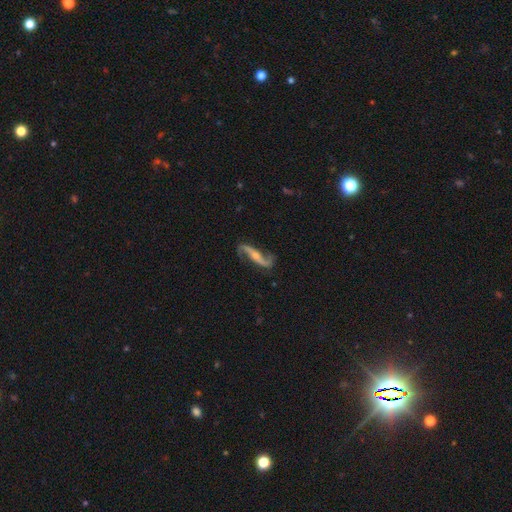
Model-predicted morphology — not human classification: Smooth or featured?
  - featured or disk: 89% *
  - smooth: 6%
  - star or artifact: 4%
Edge-on disk?
  - no: 90% *
  - yes: 10%
Bar?
  - no: 39% *
  - strong: 32%
  - weak: 29%
Spiral arms?
  - yes: 97% *
  - no: 3%
Spiral winding?
  - loose: 78% *
  - medium: 16%
  - tight: 5%
Spiral arm count?
  - 2: 93% *
  - 1: 2%
  - can't tell: 2%
  - 3: 1%
  - 4: 1%
  - more than 4: 1%
Bulge size?
  - small: 49% *
  - moderate: 43%
  - none: 4%
  - large: 3%
  - dominant: 1%
Merging?
  - none: 79% *
  - minor disturbance: 14%
  - major disturbance: 6%
  - merger: 2%